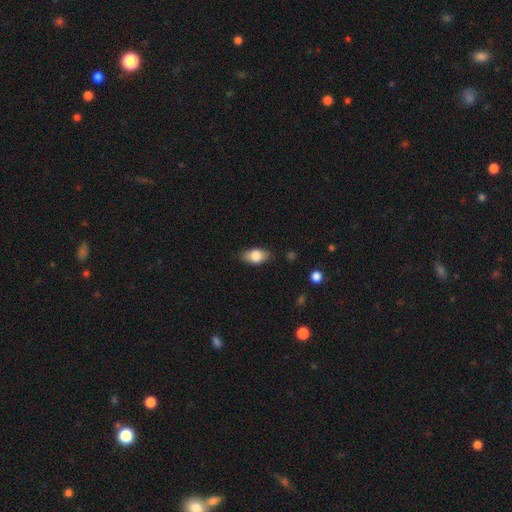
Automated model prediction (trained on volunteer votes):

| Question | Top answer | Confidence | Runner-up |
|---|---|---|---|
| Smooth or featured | smooth | 80% | featured or disk (13%) |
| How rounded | in between | 90% | round (7%) |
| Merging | none | 82% | minor disturbance (14%) |